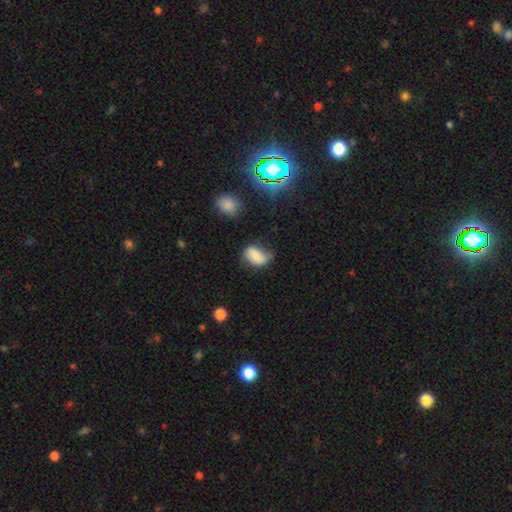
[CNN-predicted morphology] A smooth galaxy with no disk features (71%) that is in between round and cigar-shaped (81%).

Vote fractions:
- Smooth or featured? smooth: 71% / featured or disk: 19% / star or artifact: 10%
- How rounded? in between: 81% / round: 18% / cigar-shaped: 2%
- Merging? none: 45% / minor disturbance: 38% / major disturbance: 13% / merger: 5%